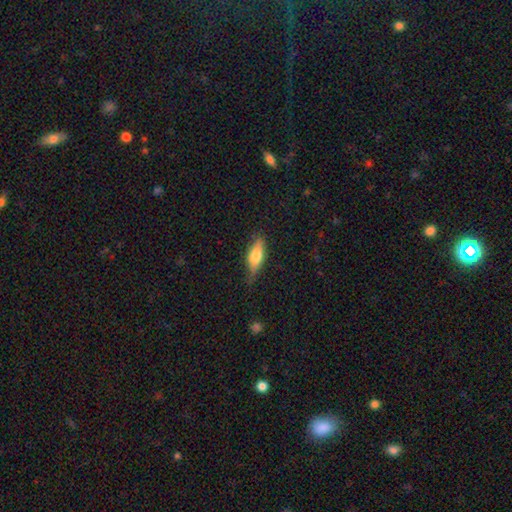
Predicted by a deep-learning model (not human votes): Overall: smooth (67%; featured or disk 27%). How rounded: in between (66%; cigar-shaped 31%). Merging: none (68%).